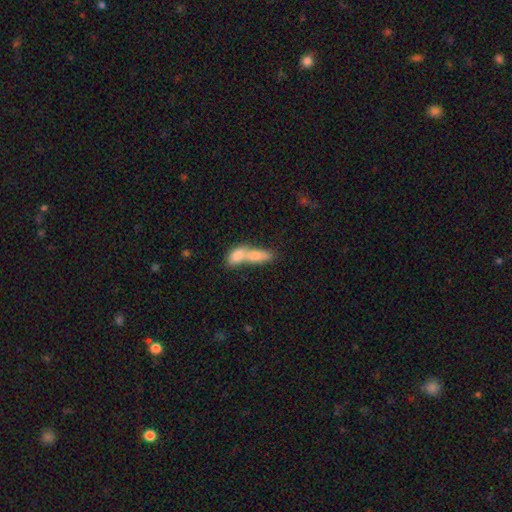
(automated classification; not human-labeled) smooth 76%, featured or disk 17%, star or artifact 7%. Down the decision tree: how rounded — in between (69%); merging — merger (74%).